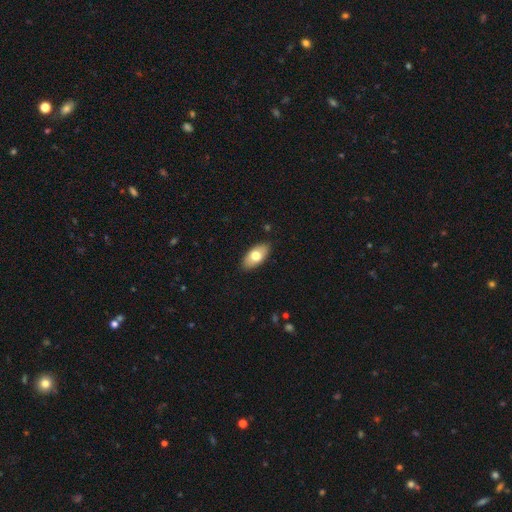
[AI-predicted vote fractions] Smooth or featured? smooth (71%)
How rounded? in between (93%)
Merging? none (87%)